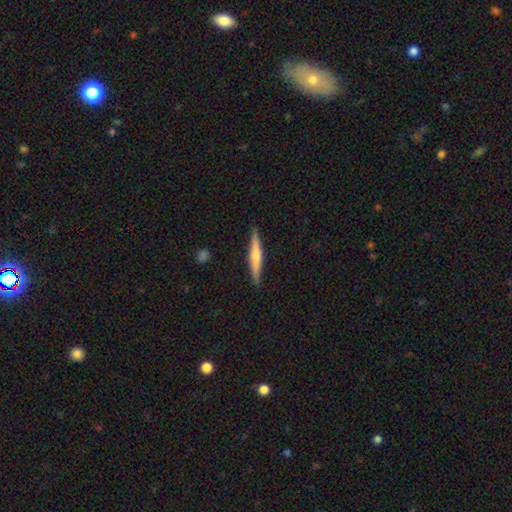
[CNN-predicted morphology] A smooth galaxy with no disk features (50%) that is cigar-shaped (93%). Merging: none (90%).